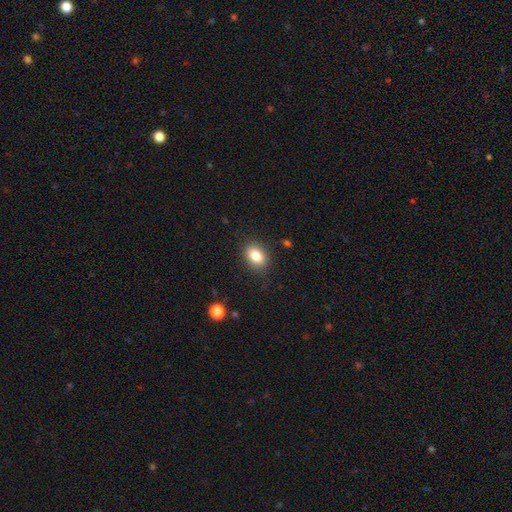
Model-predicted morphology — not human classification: smooth_or_featured: smooth (p=0.83) [alt: star or artifact p=0.09]
how_rounded: in between (p=0.78) [alt: round p=0.21]
merging: none (p=0.87) [alt: minor disturbance p=0.09]